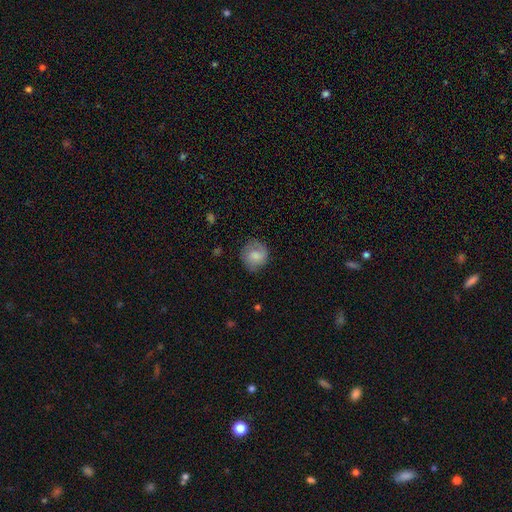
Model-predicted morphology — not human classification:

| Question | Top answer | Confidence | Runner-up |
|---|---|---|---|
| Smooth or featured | smooth | 69% | featured or disk (23%) |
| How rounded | round | 86% | in between (13%) |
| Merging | none | 74% | minor disturbance (18%) |